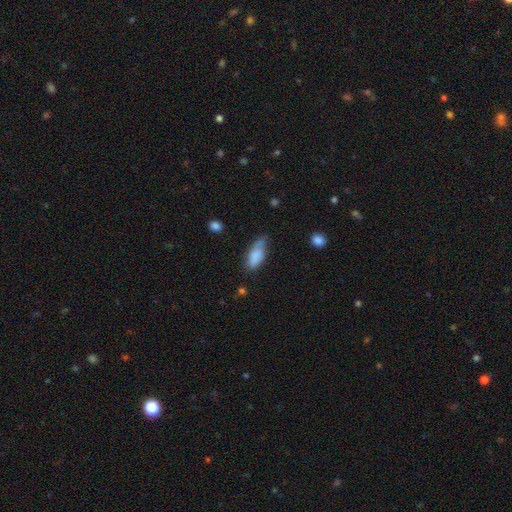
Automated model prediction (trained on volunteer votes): Smooth or featured: smooth — 79% (featured or disk — 14%)
How rounded: in between — 81% (cigar-shaped — 17%)
Merging: none — 42% (minor disturbance — 40%)